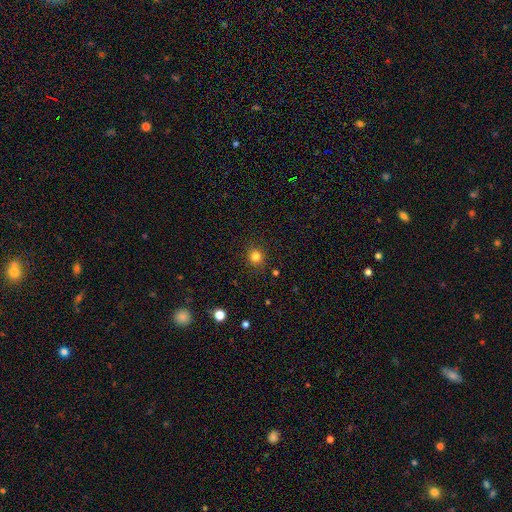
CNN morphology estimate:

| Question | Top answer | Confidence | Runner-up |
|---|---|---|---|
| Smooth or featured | smooth | 82% | star or artifact (13%) |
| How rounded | round | 91% | in between (8%) |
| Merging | none | 90% | minor disturbance (7%) |